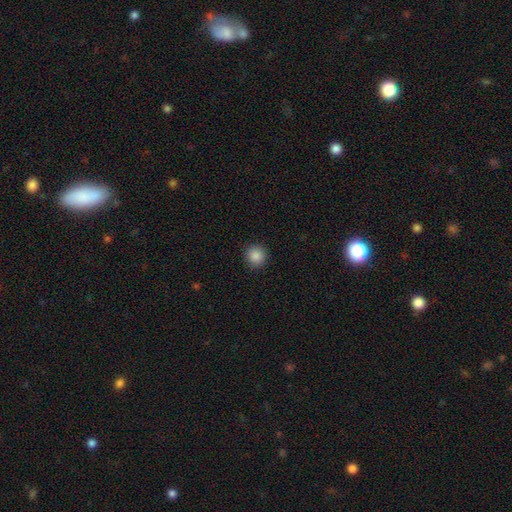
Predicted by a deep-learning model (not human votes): A smooth galaxy with no disk features (87%) that is round (94%). Merging: none (92%).